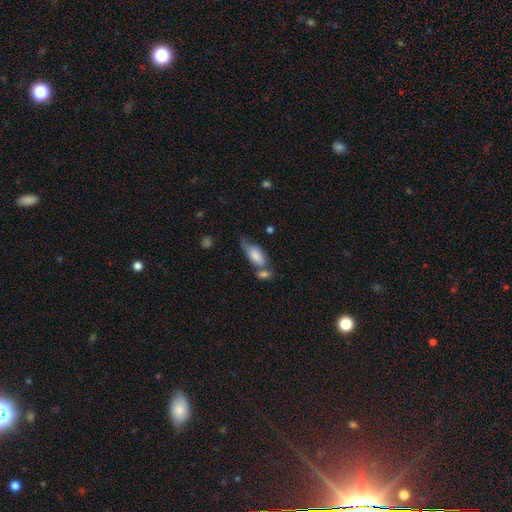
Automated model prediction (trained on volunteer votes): The model was most divided on "merging": merger: 35%, none: 32%, minor disturbance: 22%, major disturbance: 11%. More confident: how rounded — in between (86%); smooth or featured — smooth (76%).